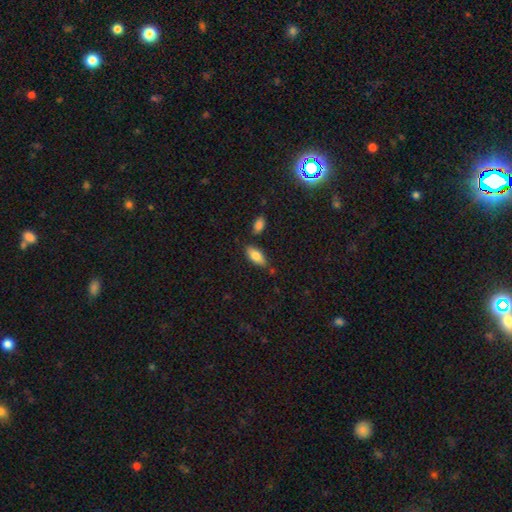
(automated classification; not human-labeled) smooth_or_featured: smooth (p=0.82) [alt: featured or disk p=0.12]
how_rounded: in between (p=0.87) [alt: cigar-shaped p=0.11]
merging: none (p=0.75) [alt: minor disturbance p=0.15]